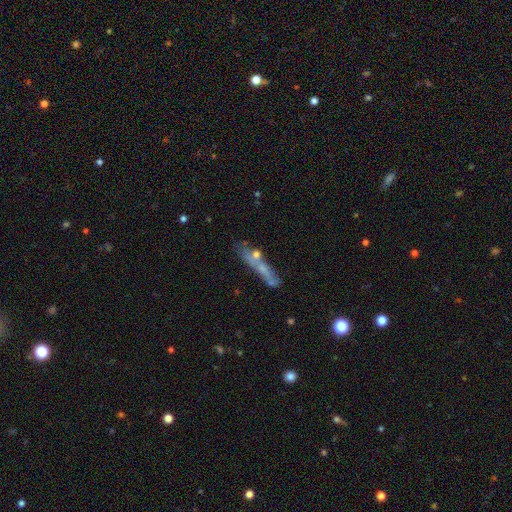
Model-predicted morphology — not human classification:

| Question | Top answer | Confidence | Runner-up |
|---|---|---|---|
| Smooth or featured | smooth | 48% | featured or disk (42%) |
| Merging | none | 39% | merger (28%) |